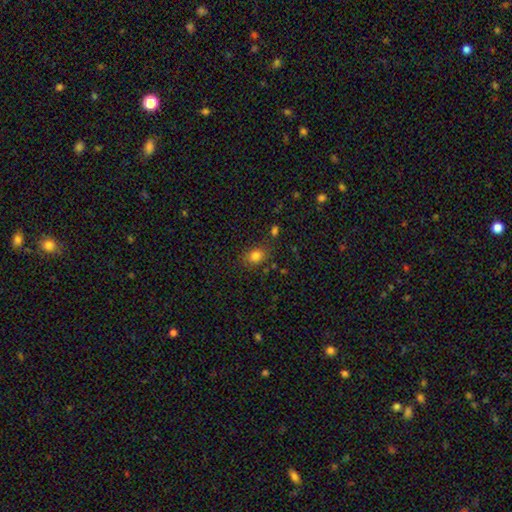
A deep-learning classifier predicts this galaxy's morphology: Smooth or featured?
  - smooth: 81% *
  - star or artifact: 12%
  - featured or disk: 7%
How rounded?
  - in between: 59% *
  - round: 40%
  - cigar-shaped: 1%
Merging?
  - none: 77% *
  - minor disturbance: 14%
  - merger: 4%
  - major disturbance: 4%